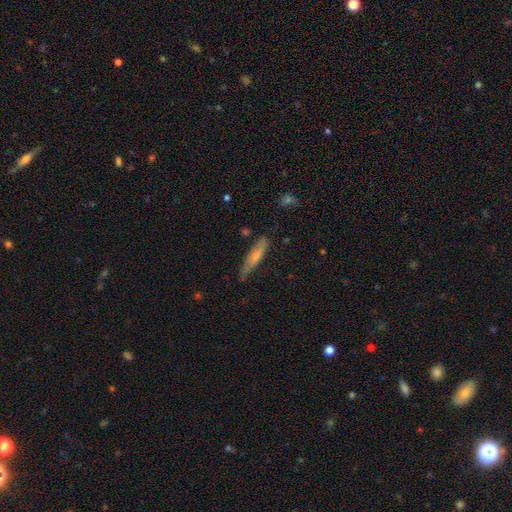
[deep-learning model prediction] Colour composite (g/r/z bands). It shows a smooth galaxy with no disk features (61%) that is cigar-shaped (83%). Merging: none (70%).